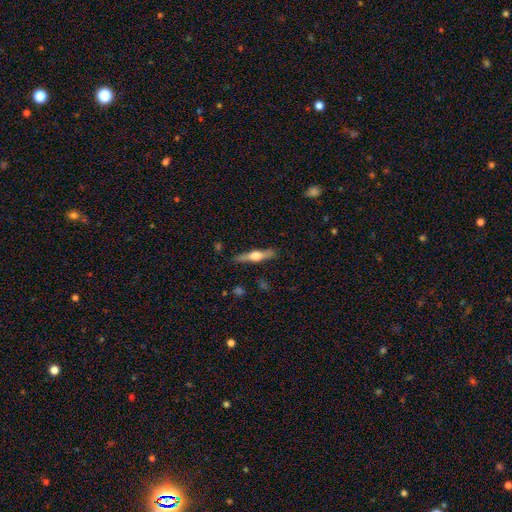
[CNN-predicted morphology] Smooth or featured: featured or disk — 63% (smooth — 32%)
Edge-on disk: yes — 97% (no — 3%)
Edge-on bulge: rounded — 91% (boxy — 6%)
Merging: none — 86% (minor disturbance — 10%)